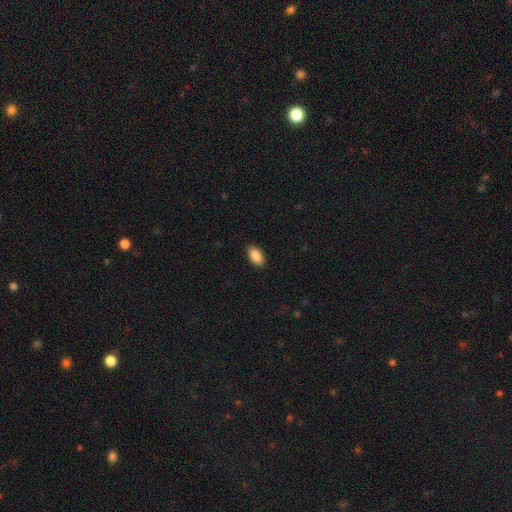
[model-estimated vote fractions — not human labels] Smooth or featured: smooth — 88% (star or artifact — 7%)
How rounded: in between — 94% (round — 4%)
Merging: none — 89% (minor disturbance — 8%)